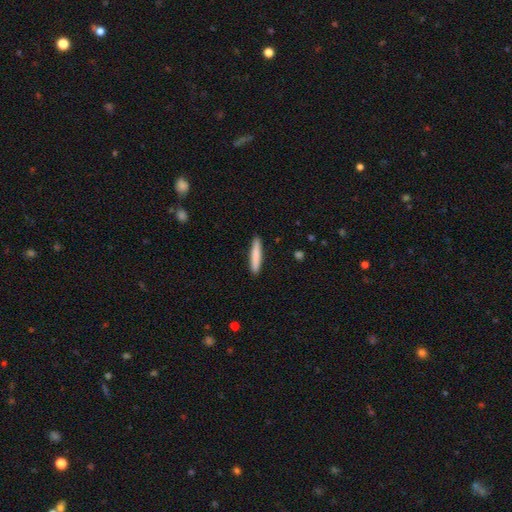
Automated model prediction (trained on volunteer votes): This is clearly a smooth galaxy (81%). How rounded: clearly cigar-shaped (93%). Merging: clearly none (90%).